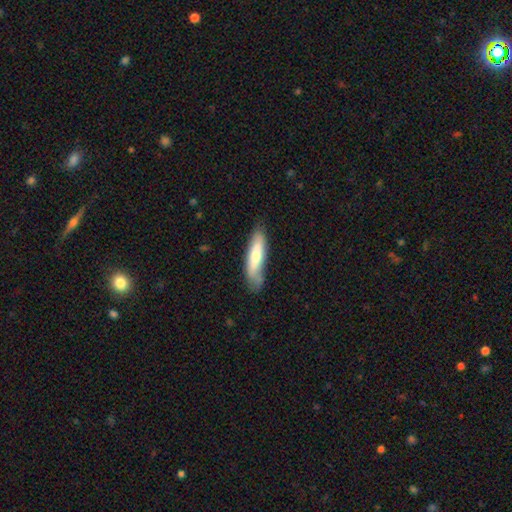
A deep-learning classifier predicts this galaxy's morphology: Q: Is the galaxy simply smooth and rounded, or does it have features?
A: smooth — 64%.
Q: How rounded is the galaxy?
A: cigar-shaped — 72%.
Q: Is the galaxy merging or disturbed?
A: none — 68%.